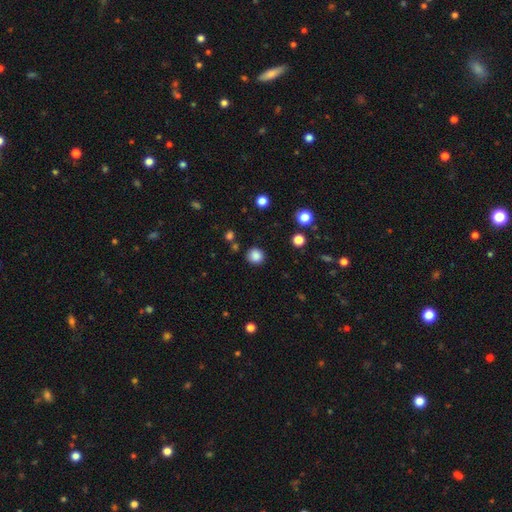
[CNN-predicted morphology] smooth 85%, star or artifact 11%, featured or disk 3%. Down the decision tree: how rounded — round (91%); merging — none (88%).